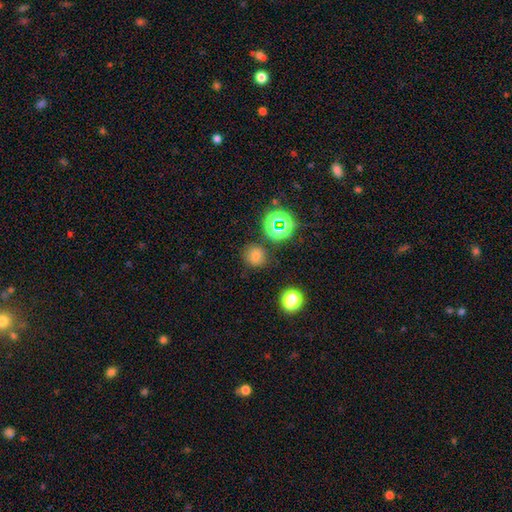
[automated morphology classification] A smooth galaxy with no disk features (67%) that is round (90%).

Vote fractions:
- Smooth or featured? smooth: 67% / star or artifact: 24% / featured or disk: 9%
- How rounded? round: 90% / in between: 9% / cigar-shaped: 1%
- Merging? none: 83% / minor disturbance: 10% / merger: 4% / major disturbance: 3%